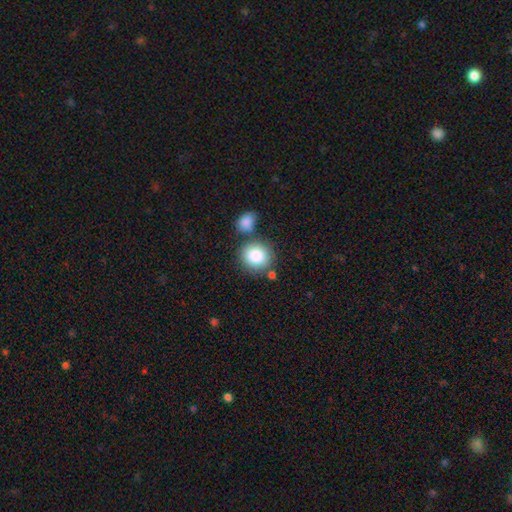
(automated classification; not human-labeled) This is clearly a smooth galaxy (86%). How rounded: likely round (80%). Merging: likely none (65%).